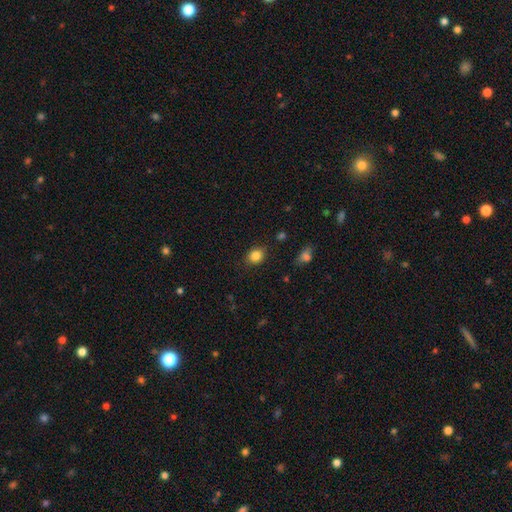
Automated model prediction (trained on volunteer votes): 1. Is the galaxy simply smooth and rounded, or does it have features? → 84% smooth, 10% star or artifact, 6% featured or disk.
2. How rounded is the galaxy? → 61% round, 38% in between, 1% cigar-shaped.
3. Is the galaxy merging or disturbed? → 85% none, 11% minor disturbance, 3% major disturbance, 2% merger.